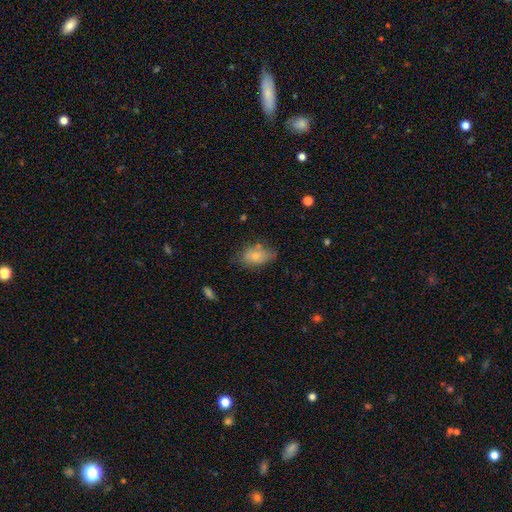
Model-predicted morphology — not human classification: smooth 70%, featured or disk 21%, star or artifact 8%. Down the decision tree: how rounded — in between (86%); merging — none (51%).